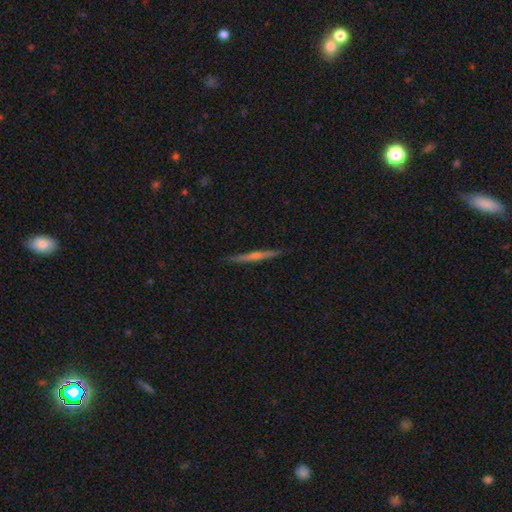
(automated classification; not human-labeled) Morphology: type=featured or disk (68%); edge-on=yes (97%); edge-on bulge=rounded (65%); merging=none (91%).